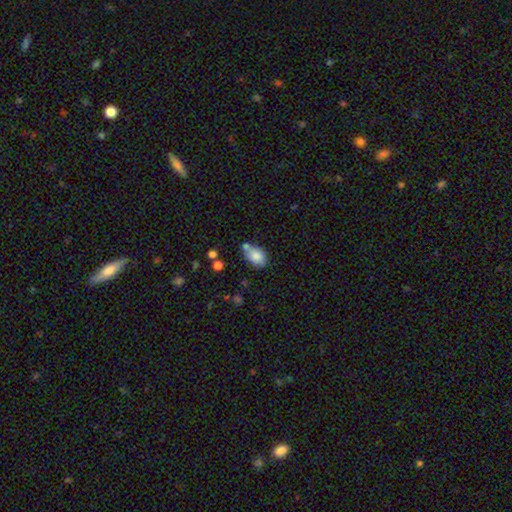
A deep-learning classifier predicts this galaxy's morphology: A smooth galaxy with no disk features (83%) that is in between round and cigar-shaped (85%).

Vote fractions:
- Smooth or featured? smooth: 83% / featured or disk: 10% / star or artifact: 8%
- How rounded? in between: 85% / round: 14% / cigar-shaped: 1%
- Merging? none: 57% / merger: 20% / minor disturbance: 19% / major disturbance: 5%